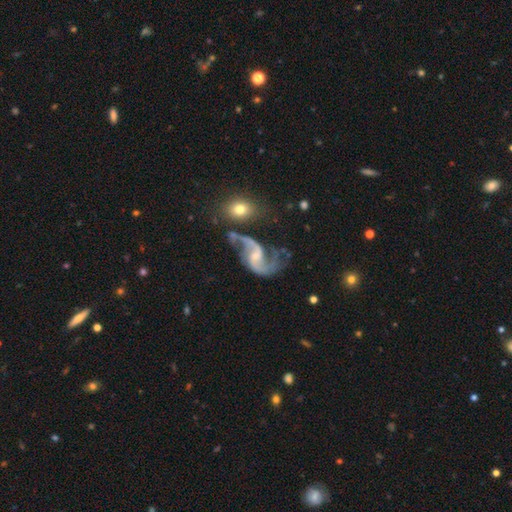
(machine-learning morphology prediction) A featured or disk galaxy (90%) with a weak bar (46%), 2 (91%) loose (69%) spiral arms (96%) and a small central bulge (60%). Merging: none (46%).